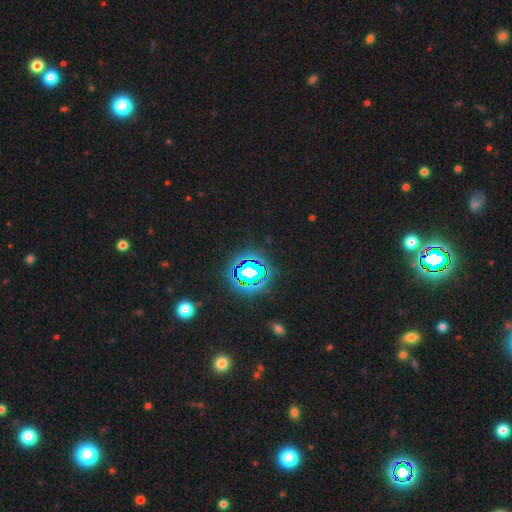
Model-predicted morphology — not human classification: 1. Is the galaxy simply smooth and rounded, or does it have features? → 82% star or artifact, 12% smooth, 7% featured or disk.